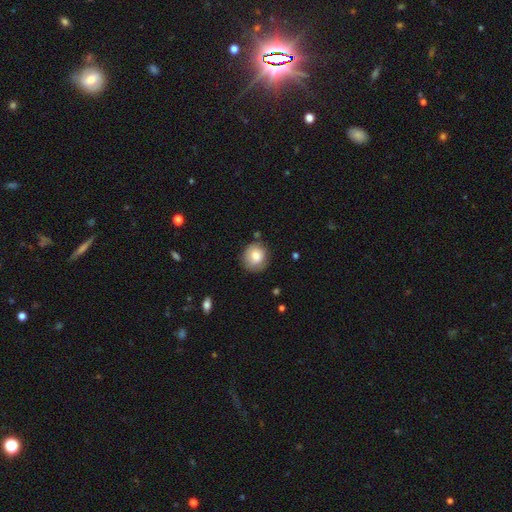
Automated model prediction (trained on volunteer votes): Smooth or featured: smooth — 79% (featured or disk — 12%)
How rounded: round — 84% (in between — 15%)
Merging: none — 77% (minor disturbance — 17%)